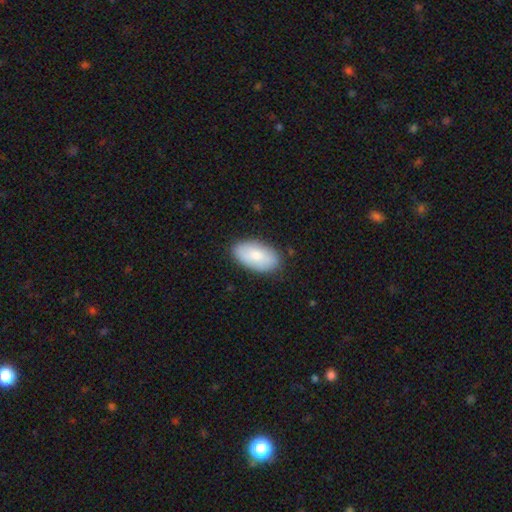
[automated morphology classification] smooth 78%, featured or disk 16%, star or artifact 6%. Down the decision tree: how rounded — in between (95%); merging — none (84%).